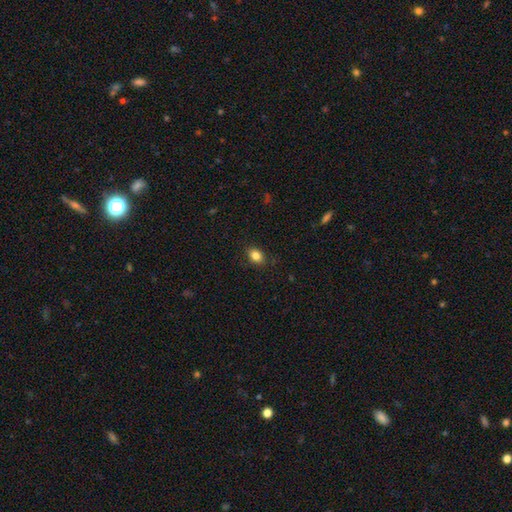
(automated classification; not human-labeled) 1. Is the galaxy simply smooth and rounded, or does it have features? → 85% smooth, 10% star or artifact, 6% featured or disk.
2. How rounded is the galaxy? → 71% in between, 28% round, 1% cigar-shaped.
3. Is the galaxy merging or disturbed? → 87% none, 10% minor disturbance, 2% major disturbance, 1% merger.